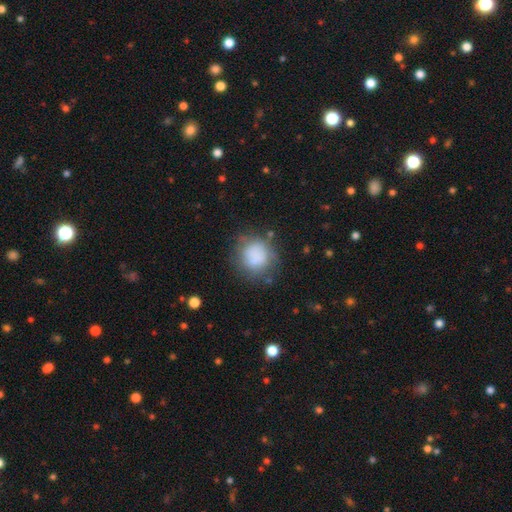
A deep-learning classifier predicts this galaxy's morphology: Smooth or featured? Predicted: smooth (p=0.76). How rounded? Predicted: round (p=0.80). Merging? Predicted: none (p=0.59).